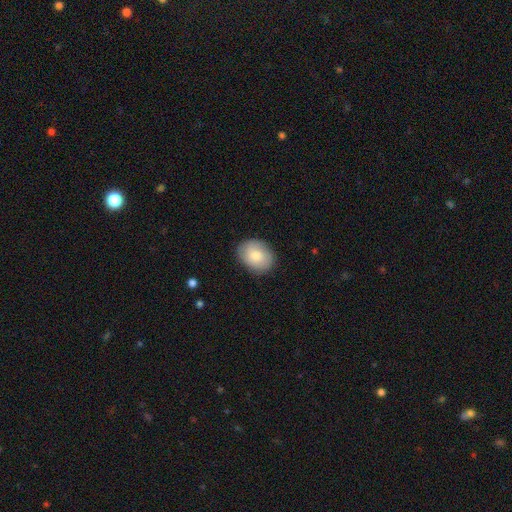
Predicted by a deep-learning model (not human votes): A smooth galaxy with no disk features (78%) that is in between round and cigar-shaped (64%). Merging: none (85%).